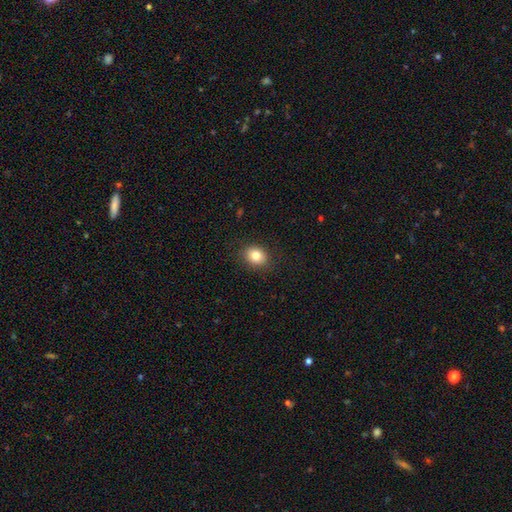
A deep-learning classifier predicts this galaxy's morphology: Smooth or featured?
  - smooth: 82% *
  - star or artifact: 10%
  - featured or disk: 8%
How rounded?
  - round: 53% *
  - in between: 47%
  - cigar-shaped: 1%
Merging?
  - none: 88% *
  - minor disturbance: 9%
  - major disturbance: 3%
  - merger: 1%